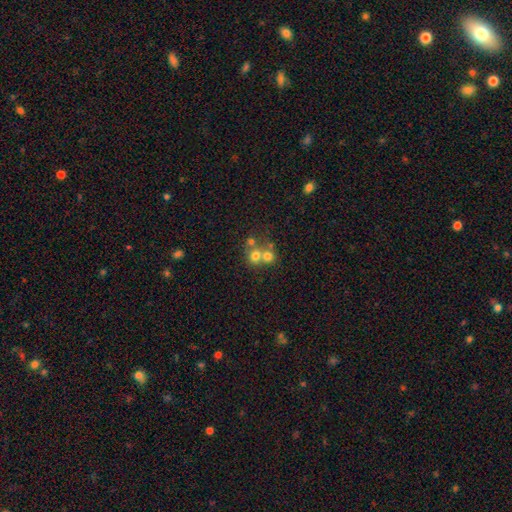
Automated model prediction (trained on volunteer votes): A smooth galaxy with no disk features (66%) that is round (83%).

Vote fractions:
- Smooth or featured? smooth: 66% / featured or disk: 19% / star or artifact: 15%
- How rounded? round: 83% / in between: 16% / cigar-shaped: 1%
- Merging? merger: 55% / none: 36% / minor disturbance: 5% / major disturbance: 3%